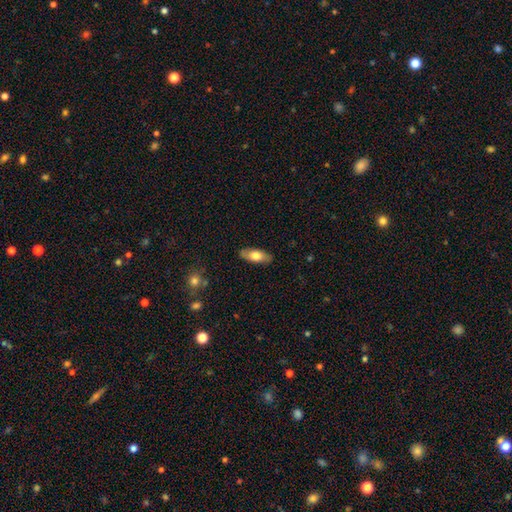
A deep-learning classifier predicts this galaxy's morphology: smooth_or_featured: smooth (p=0.70) [alt: featured or disk p=0.24]
how_rounded: in between (p=0.81) [alt: cigar-shaped p=0.17]
merging: none (p=0.86) [alt: minor disturbance p=0.11]